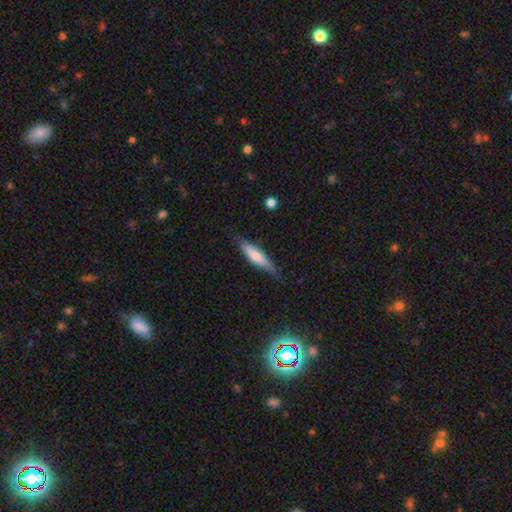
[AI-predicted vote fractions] smooth 65%, featured or disk 29%, star or artifact 6%. Down the decision tree: how rounded — cigar-shaped (73%); merging — none (69%).